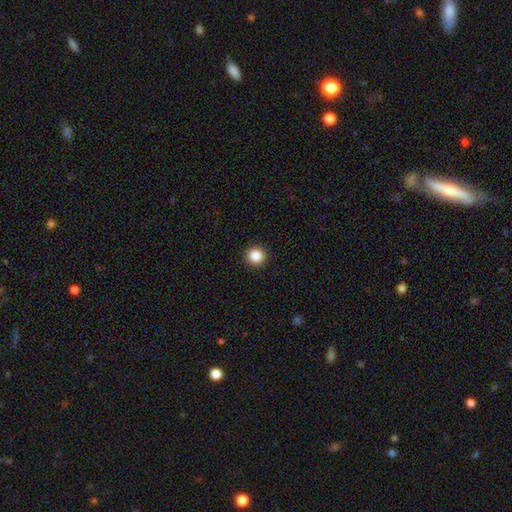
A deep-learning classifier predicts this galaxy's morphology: This appears to be a smooth galaxy with no disk features (86%) that is round (95%). Merging: none (94%).